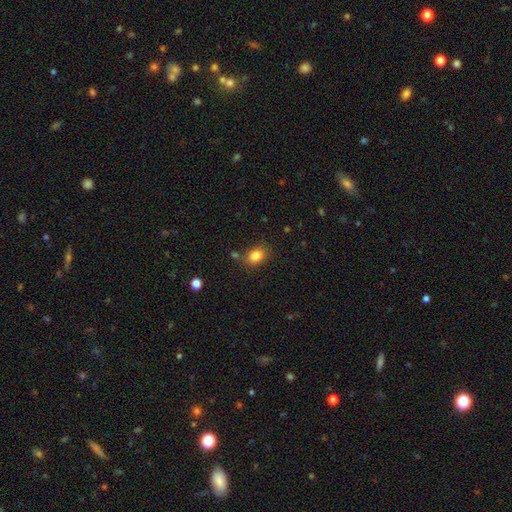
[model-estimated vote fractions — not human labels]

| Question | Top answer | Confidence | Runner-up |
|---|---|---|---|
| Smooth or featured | smooth | 84% | star or artifact (10%) |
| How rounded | in between | 67% | round (32%) |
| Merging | none | 76% | minor disturbance (14%) |